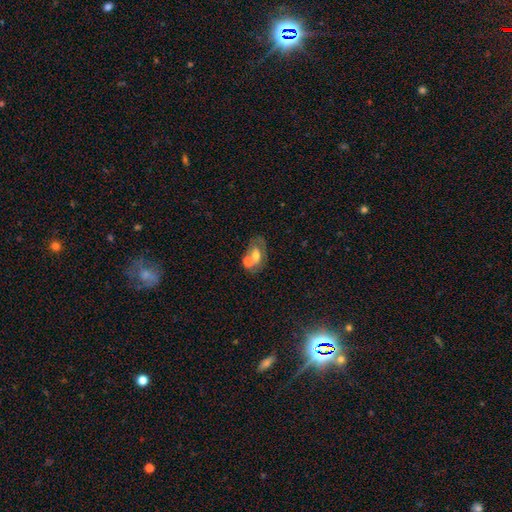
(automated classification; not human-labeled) Q: Smooth or featured?
A: smooth (47%); runner-up: featured or disk (41%)
Q: Merging?
A: none (43%); runner-up: merger (34%)